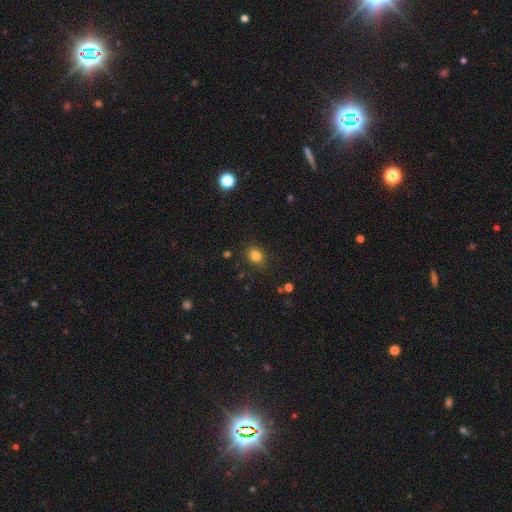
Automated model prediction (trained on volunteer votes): Smooth or featured?
  - smooth: 82% *
  - star or artifact: 12%
  - featured or disk: 6%
How rounded?
  - in between: 53% *
  - round: 46%
  - cigar-shaped: 1%
Merging?
  - none: 86% *
  - minor disturbance: 10%
  - major disturbance: 3%
  - merger: 2%